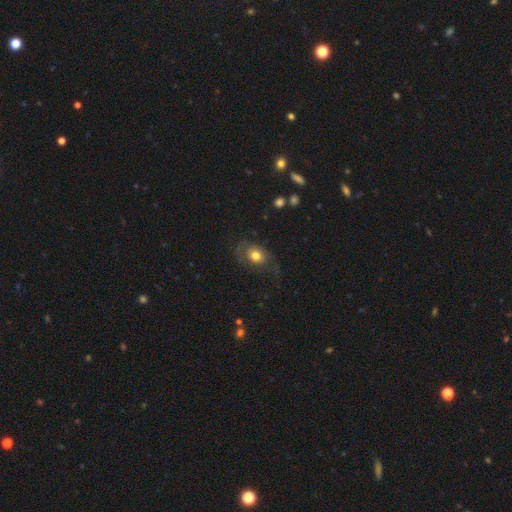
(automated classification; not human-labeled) smooth 55%, featured or disk 36%, star or artifact 9%. Down the decision tree: how rounded — in between (55%); merging — none (50%).